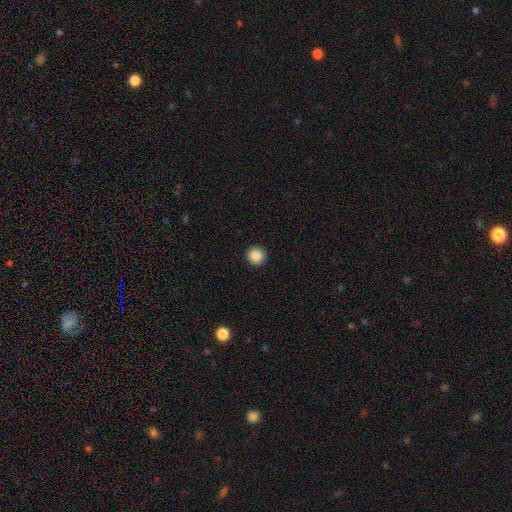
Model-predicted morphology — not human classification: Smooth or featured?
  - smooth: 88% *
  - star or artifact: 9%
  - featured or disk: 4%
How rounded?
  - round: 94% *
  - in between: 5%
  - cigar-shaped: 1%
Merging?
  - none: 93% *
  - minor disturbance: 5%
  - major disturbance: 2%
  - merger: 1%